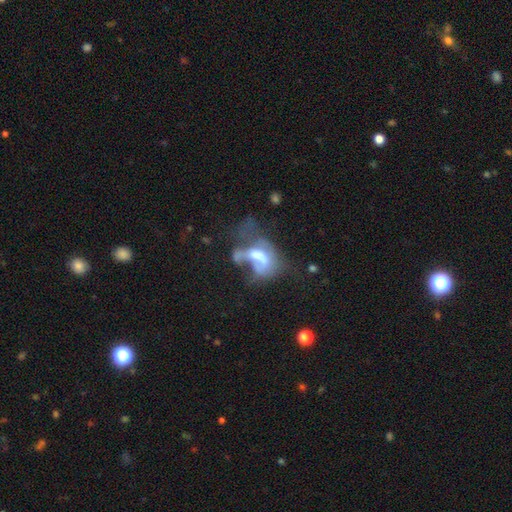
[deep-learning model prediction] smooth-or-featured: featured or disk: 55% | smooth: 32% | star or artifact: 13%
  disk-edge-on: no: 94% | yes: 6%
    bar: no: 66% | weak: 22% | strong: 12%
    has-spiral-arms: no: 82% | yes: 18%
    bulge-size: moderate: 43% | large: 23% | none: 16% | small: 14% | dominant: 4%
  merging: major disturbance: 39% | merger: 35% | none: 15% | minor disturbance: 11%